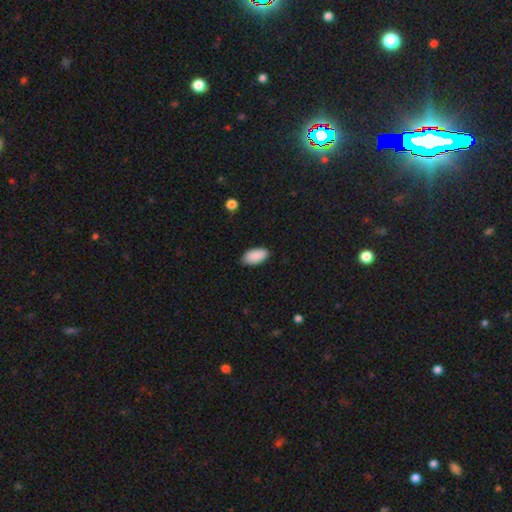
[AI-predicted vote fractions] smooth-or-featured: smooth: 90% | star or artifact: 7% | featured or disk: 3%
  how-rounded: in between: 95% | cigar-shaped: 3% | round: 3%
  merging: none: 80% | minor disturbance: 17% | major disturbance: 3% | merger: 1%